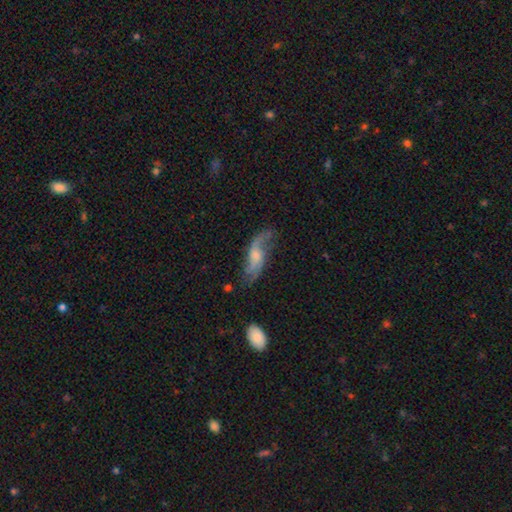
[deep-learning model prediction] Smooth or featured? Predicted: featured or disk (p=0.74). Edge-on disk? Predicted: no (p=0.88). Bar? Predicted: no (p=0.55). Spiral arms? Predicted: yes (p=0.92). Spiral winding? Predicted: loose (p=0.77). Spiral arm count? Predicted: 2 (p=0.85). Bulge size? Predicted: small (p=0.42). Merging? Predicted: none (p=0.60).